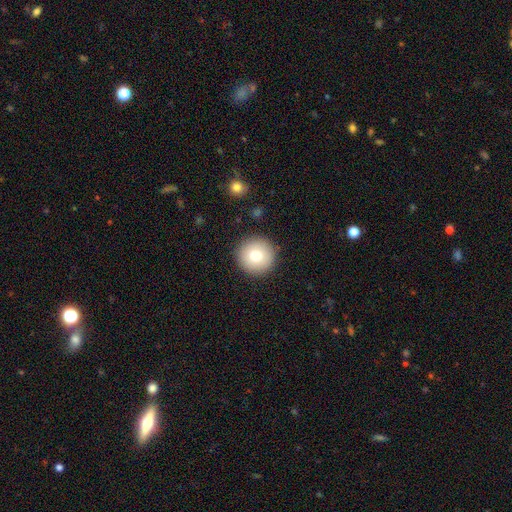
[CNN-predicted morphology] Smooth or featured? smooth (76%)
How rounded? round (96%)
Merging? none (91%)